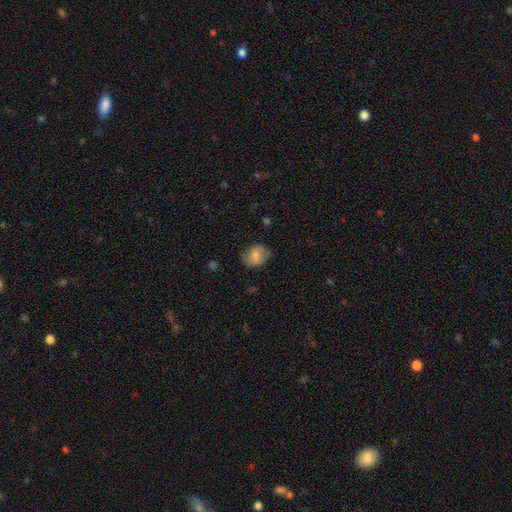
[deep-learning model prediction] Smooth or featured: smooth — 67% (featured or disk — 24%)
How rounded: round — 56% (in between — 43%)
Merging: none — 71% (minor disturbance — 21%)